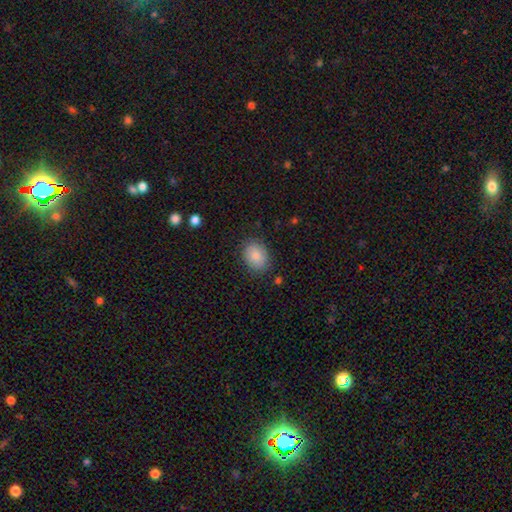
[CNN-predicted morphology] smooth_or_featured: smooth (p=0.86) [alt: star or artifact p=0.07]
how_rounded: in between (p=0.63) [alt: round p=0.36]
merging: none (p=0.83) [alt: minor disturbance p=0.12]